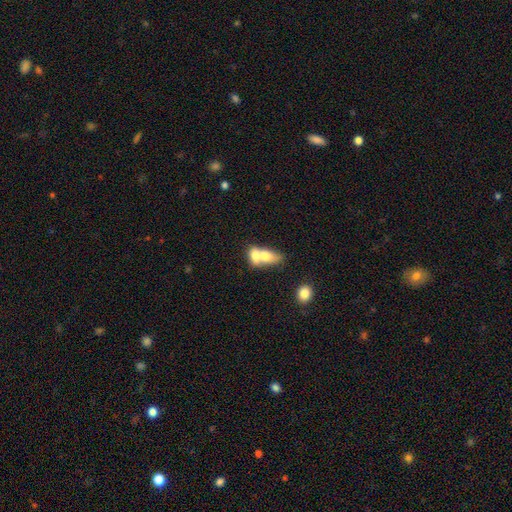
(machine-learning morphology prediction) The model was most divided on "smooth or featured": smooth: 68%, featured or disk: 24%, star or artifact: 7%. More confident: merging — merger (78%); how rounded — in between (74%).